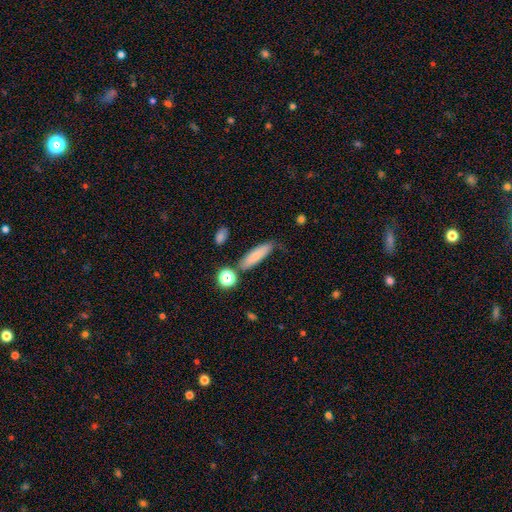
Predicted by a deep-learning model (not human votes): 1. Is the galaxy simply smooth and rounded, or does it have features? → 79% smooth, 12% featured or disk, 9% star or artifact.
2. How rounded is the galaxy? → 65% cigar-shaped, 32% in between, 3% round.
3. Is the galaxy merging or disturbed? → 73% none, 17% minor disturbance, 6% merger, 5% major disturbance.